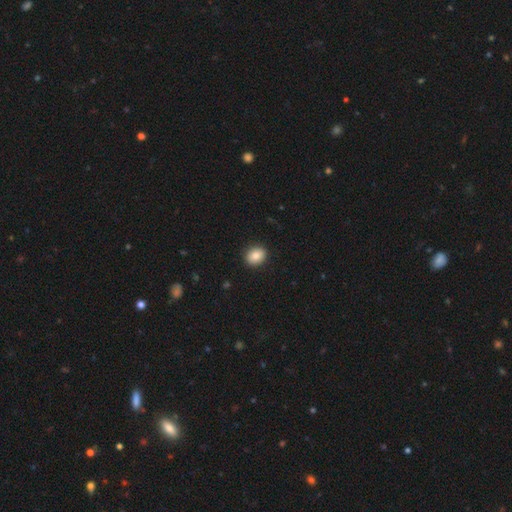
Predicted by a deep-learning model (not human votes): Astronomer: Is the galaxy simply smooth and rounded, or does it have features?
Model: smooth — 85%.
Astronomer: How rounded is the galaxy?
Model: round — 58% (runner-up: in between, 41%).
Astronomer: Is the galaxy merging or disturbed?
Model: none — 91%.